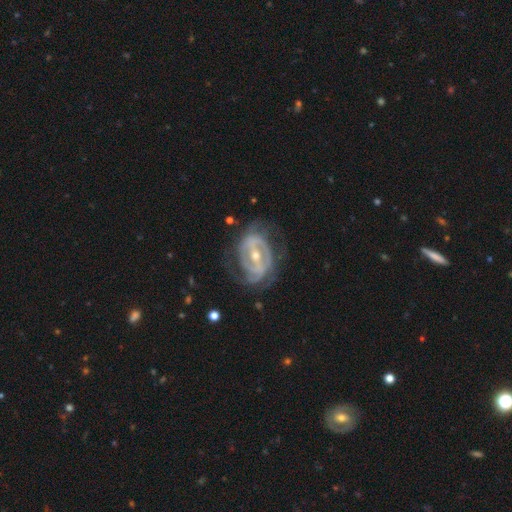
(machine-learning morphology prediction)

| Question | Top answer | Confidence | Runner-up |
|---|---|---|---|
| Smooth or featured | featured or disk | 88% | smooth (7%) |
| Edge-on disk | no | 96% | yes (4%) |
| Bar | strong | 55% | weak (32%) |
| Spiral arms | yes | 90% | no (10%) |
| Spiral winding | tight | 53% | medium (34%) |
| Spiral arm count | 2 | 42% | can't tell (26%) |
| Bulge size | moderate | 51% | small (45%) |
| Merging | none | 65% | minor disturbance (20%) |